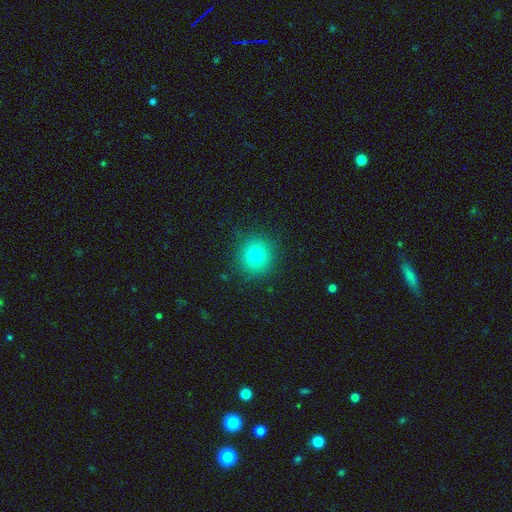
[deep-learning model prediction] A smooth galaxy with no disk features (79%) that is round (90%). Merging: none (87%).